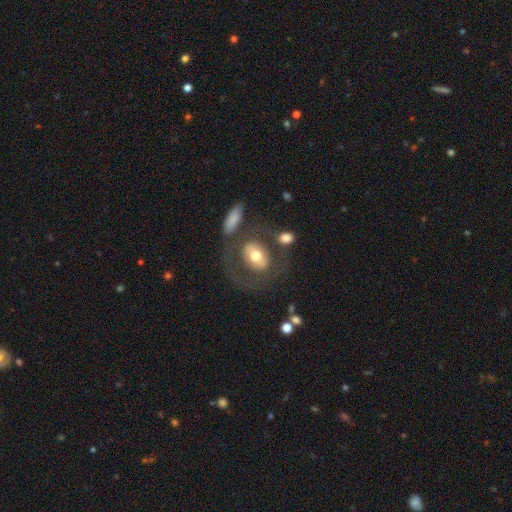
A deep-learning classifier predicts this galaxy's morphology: Smooth or featured?
  - smooth: 48% *
  - featured or disk: 45%
  - star or artifact: 7%
Merging?
  - none: 57% *
  - major disturbance: 18%
  - minor disturbance: 14%
  - merger: 11%